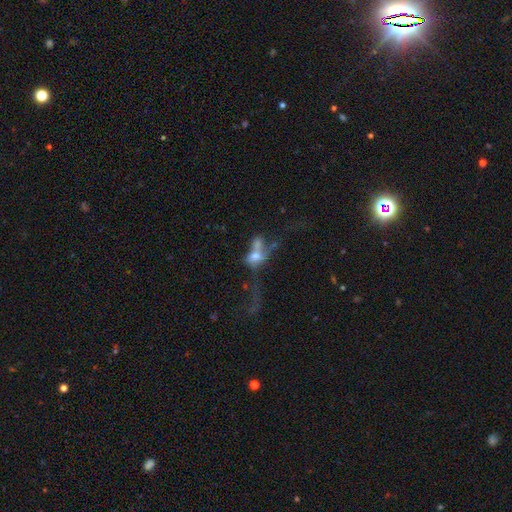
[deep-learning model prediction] A smooth galaxy with no disk features (46%).

Vote fractions:
- Smooth or featured? smooth: 46% / featured or disk: 41% / star or artifact: 13%
- Merging? merger: 58% / major disturbance: 23% / none: 12% / minor disturbance: 7%